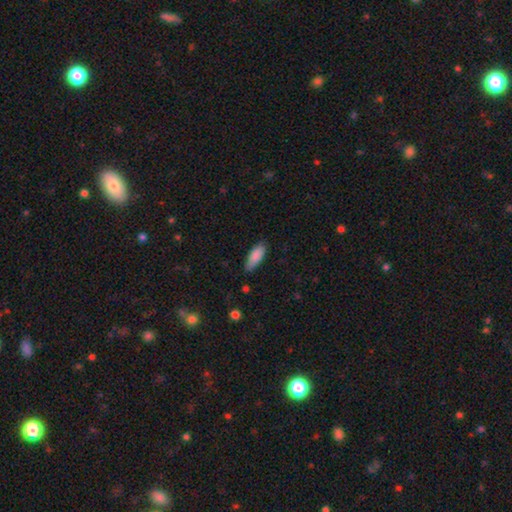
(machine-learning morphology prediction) A smooth galaxy with no disk features (87%) that is in between round and cigar-shaped (74%).

Vote fractions:
- Smooth or featured? smooth: 87% / featured or disk: 7% / star or artifact: 6%
- How rounded? in between: 74% / cigar-shaped: 25% / round: 2%
- Merging? none: 78% / minor disturbance: 18% / major disturbance: 3% / merger: 1%